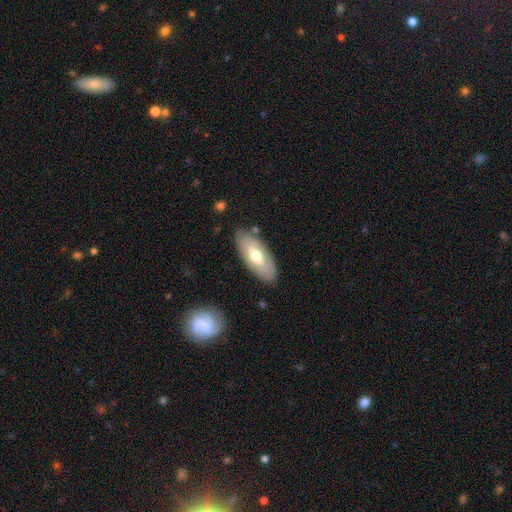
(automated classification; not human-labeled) This is possibly a smooth galaxy (51%). How rounded: clearly in between (85%). Merging: clearly none (83%).